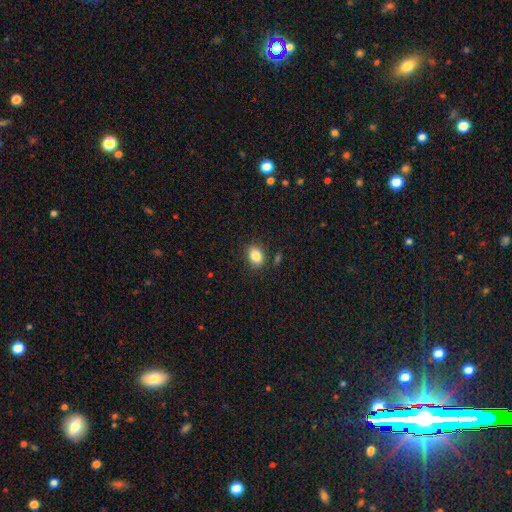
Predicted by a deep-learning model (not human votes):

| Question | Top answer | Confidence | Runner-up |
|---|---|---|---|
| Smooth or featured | smooth | 85% | star or artifact (9%) |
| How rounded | in between | 73% | round (26%) |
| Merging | none | 83% | minor disturbance (11%) |